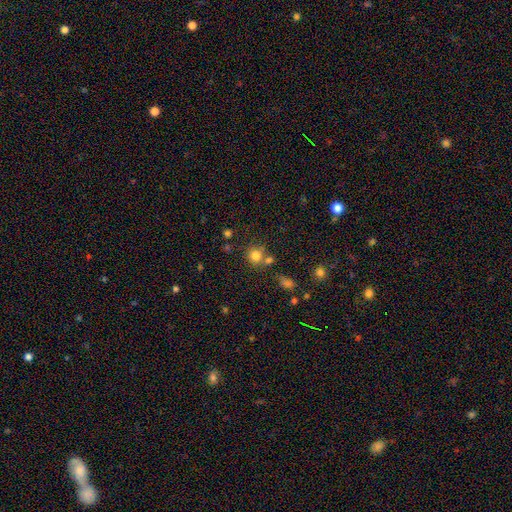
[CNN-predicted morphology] Smooth or featured? Predicted: smooth (p=0.79). How rounded? Predicted: round (p=0.87). Merging? Predicted: none (p=0.61).